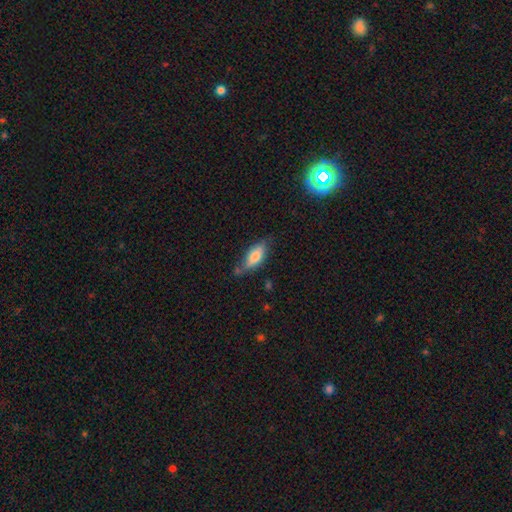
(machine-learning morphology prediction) This appears to be a smooth galaxy with no disk features (70%) that is in between round and cigar-shaped (74%). Merging: none (60%).